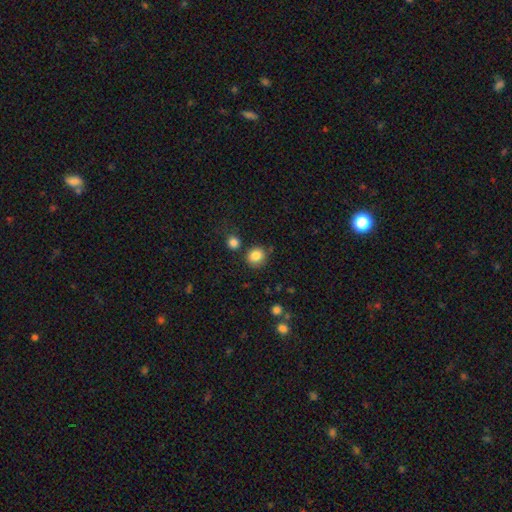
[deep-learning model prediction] Morphology: type=smooth (85%); roundness=round (84%); merging=none (81%).